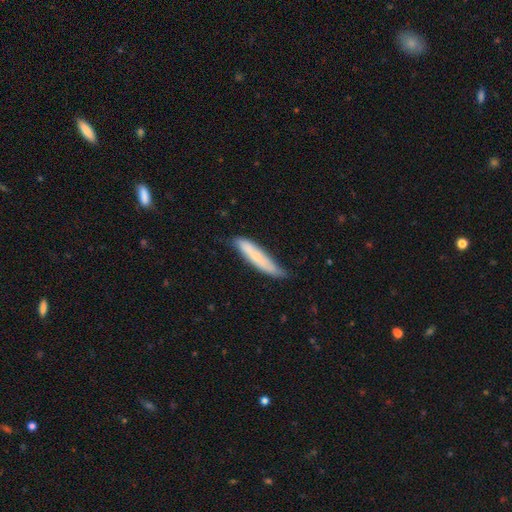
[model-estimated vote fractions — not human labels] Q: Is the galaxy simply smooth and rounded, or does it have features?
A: smooth — 67%.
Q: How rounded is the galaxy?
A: cigar-shaped — 86%.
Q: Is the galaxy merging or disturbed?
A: none — 62%.